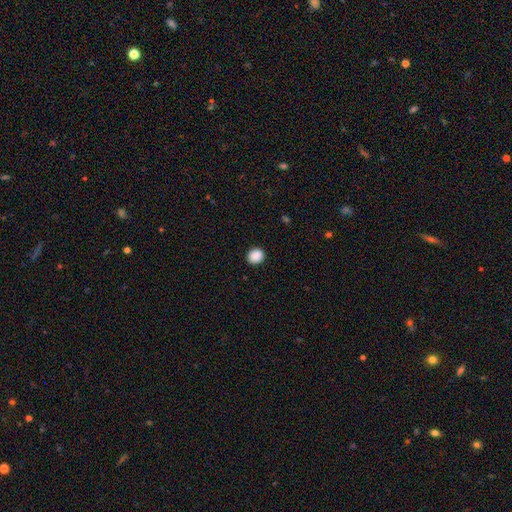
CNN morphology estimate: smooth_or_featured: smooth (p=0.89) [alt: star or artifact p=0.08]
how_rounded: round (p=0.76) [alt: in between p=0.23]
merging: none (p=0.91) [alt: minor disturbance p=0.06]